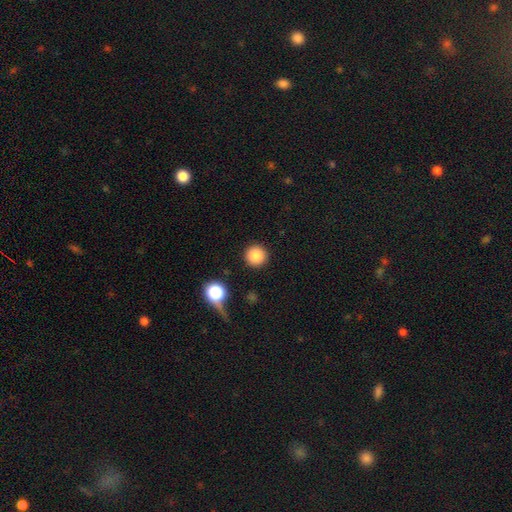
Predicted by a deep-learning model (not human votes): Morphology: type=smooth (85%); roundness=round (96%); merging=none (90%).